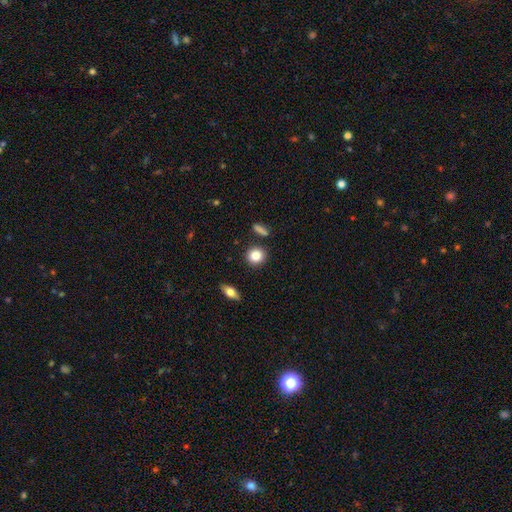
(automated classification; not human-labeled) This appears to be a smooth galaxy with no disk features (83%) that is round (82%). Merging: none (88%).